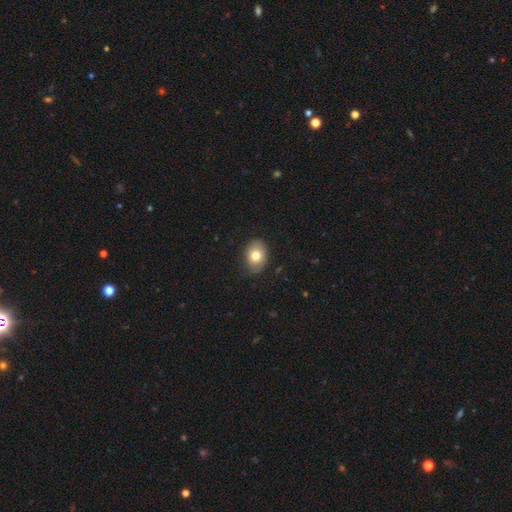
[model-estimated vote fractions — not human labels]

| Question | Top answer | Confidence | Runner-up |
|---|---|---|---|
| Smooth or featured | smooth | 76% | featured or disk (16%) |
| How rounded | in between | 68% | round (31%) |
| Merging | none | 76% | minor disturbance (19%) |